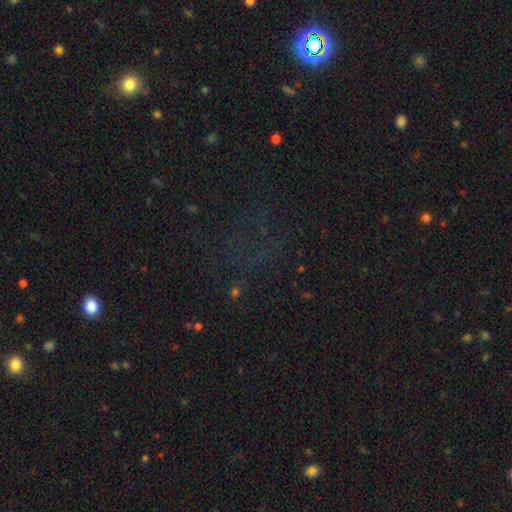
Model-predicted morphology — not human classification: The model was most divided on "smooth or featured": star or artifact: 61%, smooth: 24%, featured or disk: 15%.